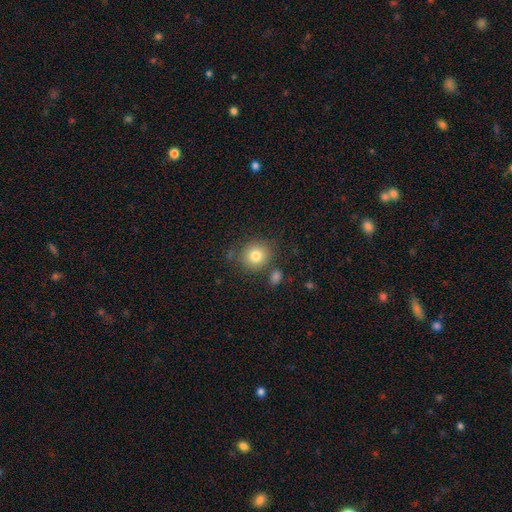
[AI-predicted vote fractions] smooth_or_featured: smooth (p=0.80) [alt: star or artifact p=0.11]
how_rounded: round (p=0.84) [alt: in between p=0.15]
merging: none (p=0.76) [alt: minor disturbance p=0.12]